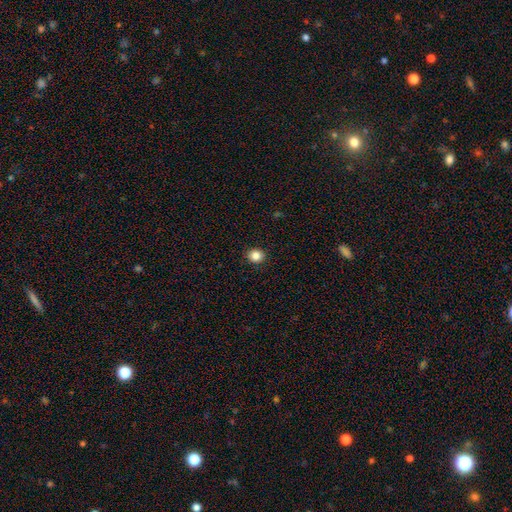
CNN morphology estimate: This appears to be a smooth galaxy with no disk features (85%) that is round (81%). Merging: none (92%).